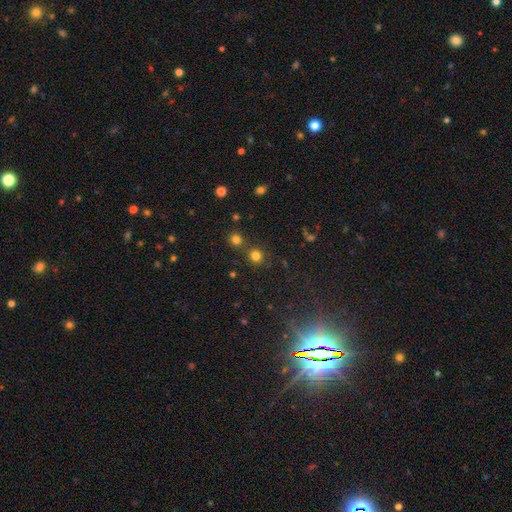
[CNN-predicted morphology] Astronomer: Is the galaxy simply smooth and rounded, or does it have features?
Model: smooth — 76%.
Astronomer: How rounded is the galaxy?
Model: round — 91%.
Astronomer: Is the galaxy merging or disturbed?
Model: none — 76%.